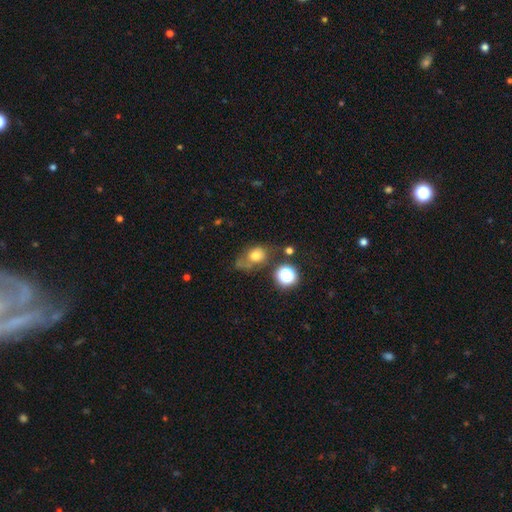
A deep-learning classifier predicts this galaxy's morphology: smooth_or_featured: smooth (p=0.66) [alt: featured or disk p=0.19]
how_rounded: in between (p=0.51) [alt: round p=0.48]
merging: none (p=0.40) [alt: minor disturbance p=0.26]